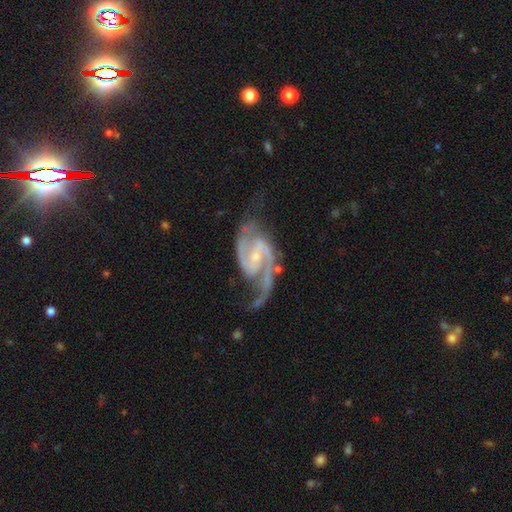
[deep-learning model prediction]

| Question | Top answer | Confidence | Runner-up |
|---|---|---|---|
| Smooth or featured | featured or disk | 93% | star or artifact (4%) |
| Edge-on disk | no | 98% | yes (2%) |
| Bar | weak | 44% | no (39%) |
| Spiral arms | yes | 98% | no (2%) |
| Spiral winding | medium | 60% | tight (20%) |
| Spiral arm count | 2 | 92% | 3 (2%) |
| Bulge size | small | 71% | moderate (23%) |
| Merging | none | 64% | minor disturbance (20%) |